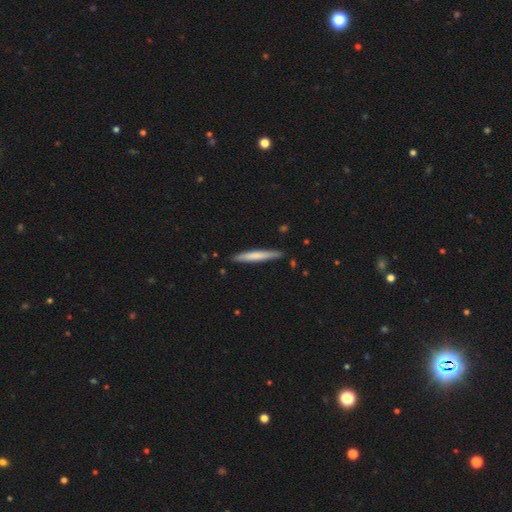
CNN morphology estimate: The model was most divided on "smooth or featured": smooth: 66%, featured or disk: 29%, star or artifact: 5%. More confident: how rounded — cigar-shaped (95%); merging — none (88%).